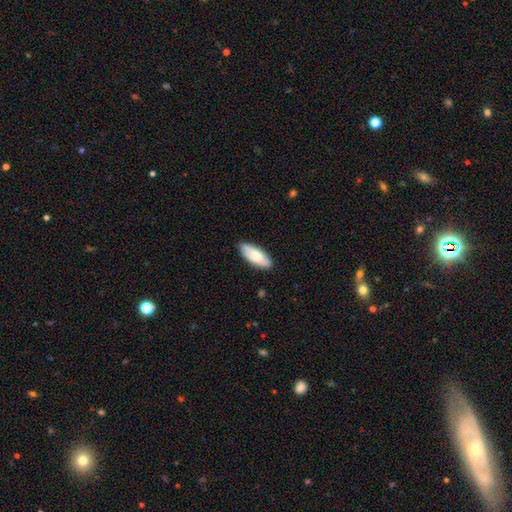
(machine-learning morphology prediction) smooth-or-featured: smooth: 73% | featured or disk: 21% | star or artifact: 6%
  how-rounded: in between: 80% | cigar-shaped: 19% | round: 2%
  merging: none: 85% | minor disturbance: 12% | major disturbance: 2% | merger: 1%